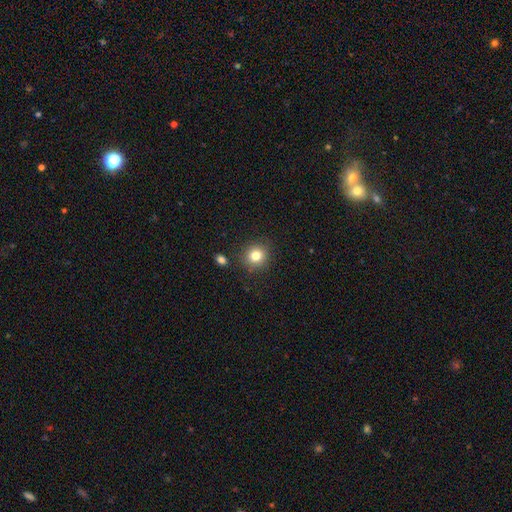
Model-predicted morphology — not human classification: Smooth or featured: smooth — 81% (star or artifact — 12%)
How rounded: round — 90% (in between — 9%)
Merging: none — 86% (minor disturbance — 8%)